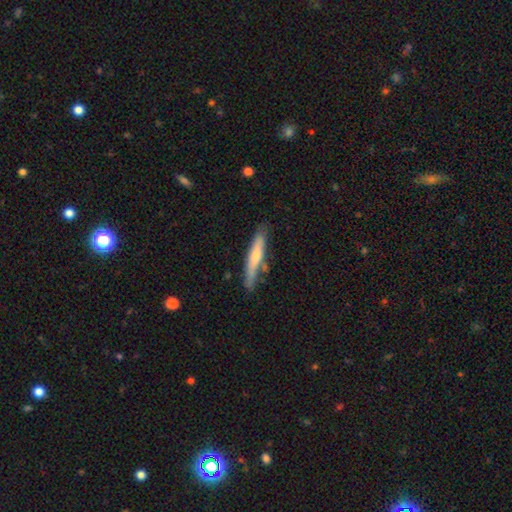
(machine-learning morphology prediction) Smooth or featured? smooth (55%)
How rounded? cigar-shaped (91%)
Merging? none (72%)